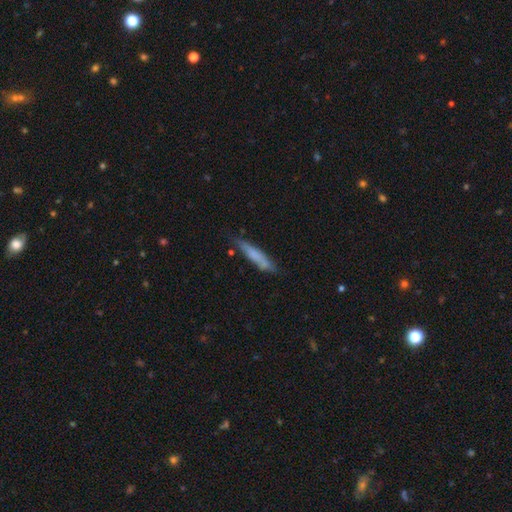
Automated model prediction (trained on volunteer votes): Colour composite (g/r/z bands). It shows a smooth galaxy with no disk features (67%) that is cigar-shaped (88%). Merging: none (72%).